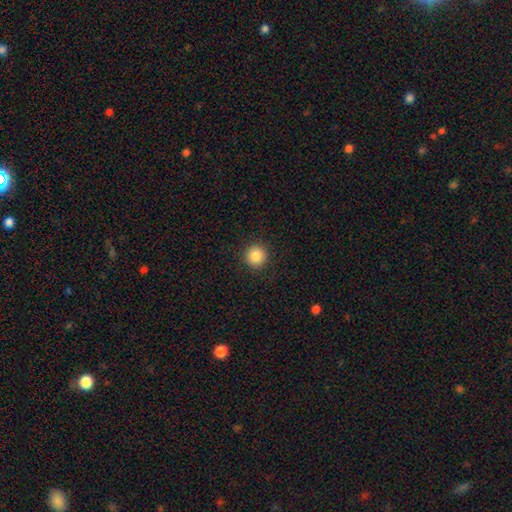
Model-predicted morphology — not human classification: This appears to be a smooth galaxy with no disk features (87%) that is round (95%). Merging: none (92%).